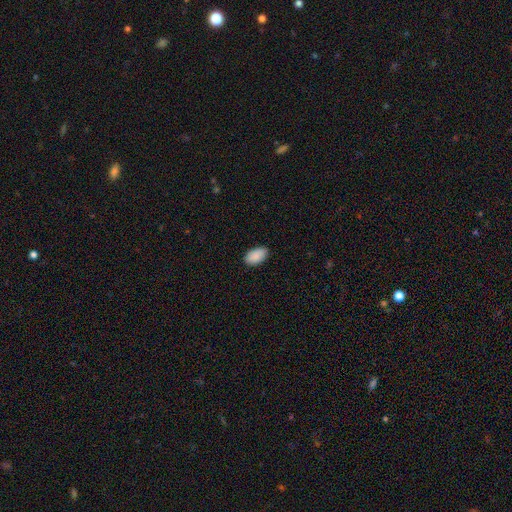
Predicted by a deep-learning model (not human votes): smooth 90%, star or artifact 6%, featured or disk 3%. Down the decision tree: how rounded — in between (95%); merging — none (85%).